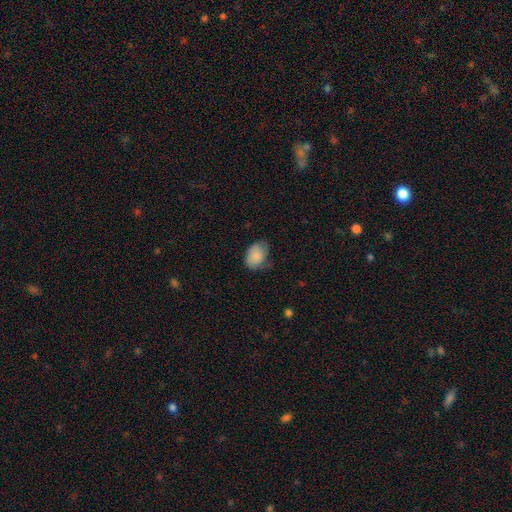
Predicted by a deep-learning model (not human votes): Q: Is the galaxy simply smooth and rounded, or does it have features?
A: smooth — 85%.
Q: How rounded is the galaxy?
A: in between — 81%.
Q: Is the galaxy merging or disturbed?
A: none — 55%.